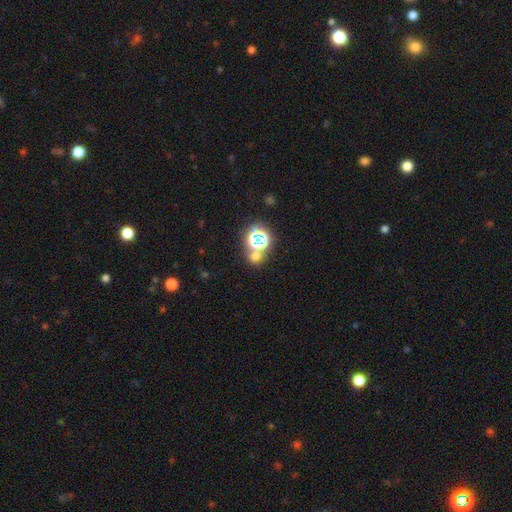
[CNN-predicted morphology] This appears to be a smooth galaxy with no disk features (51%) that is round (79%). Merging: none (59%).